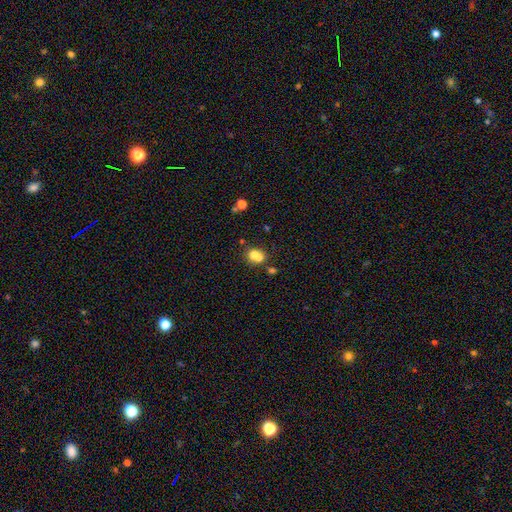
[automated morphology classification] A smooth galaxy with no disk features (71%) that is round (58%). Merging: merger (56%).